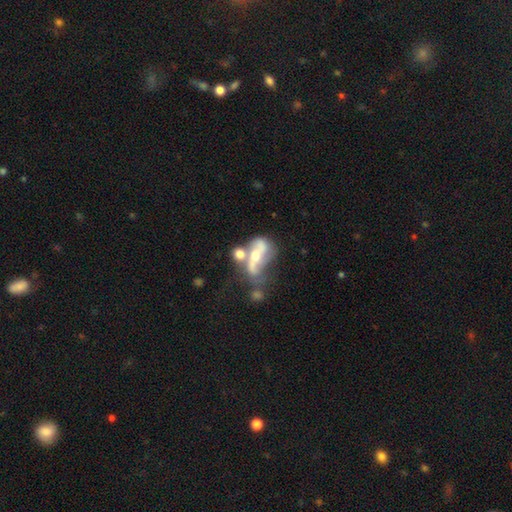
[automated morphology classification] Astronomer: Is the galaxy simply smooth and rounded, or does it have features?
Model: featured or disk — 64%.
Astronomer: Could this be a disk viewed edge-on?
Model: no — 93%.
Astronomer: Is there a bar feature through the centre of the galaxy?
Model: no — 53%.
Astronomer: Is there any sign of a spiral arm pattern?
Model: yes — 66%.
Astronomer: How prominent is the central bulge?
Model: moderate — 50% (runner-up: small, 30%).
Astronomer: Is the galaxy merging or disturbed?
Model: merger — 43% (runner-up: none, 23%).